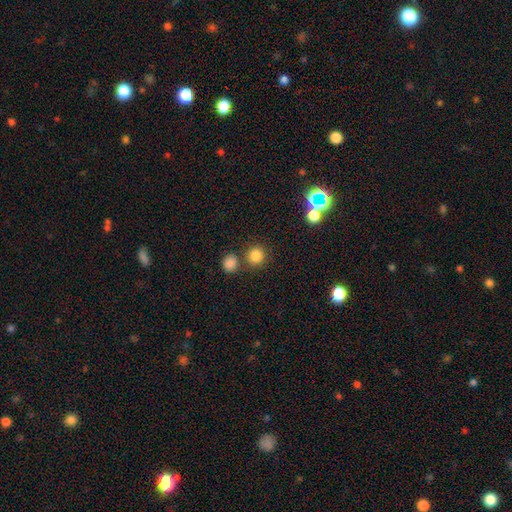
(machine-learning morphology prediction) Smooth or featured?
  - smooth: 82% *
  - star or artifact: 13%
  - featured or disk: 5%
How rounded?
  - round: 91% *
  - in between: 8%
  - cigar-shaped: 1%
Merging?
  - none: 74% *
  - merger: 15%
  - minor disturbance: 8%
  - major disturbance: 3%